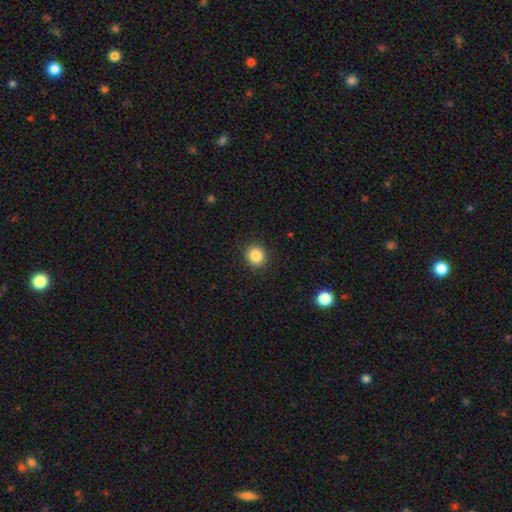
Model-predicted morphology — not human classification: This appears to be a smooth galaxy with no disk features (86%) that is round (88%). Merging: none (91%).